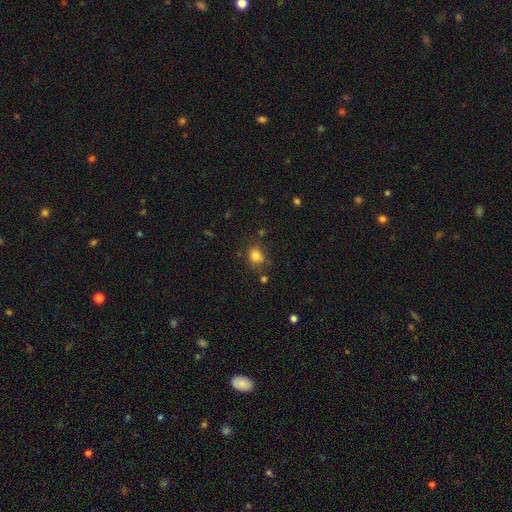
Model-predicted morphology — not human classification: Smooth or featured? Predicted: smooth (p=0.81). How rounded? Predicted: round (p=0.63). Merging? Predicted: none (p=0.75).